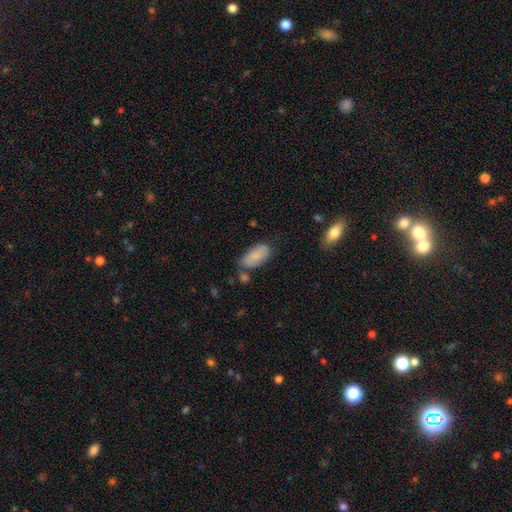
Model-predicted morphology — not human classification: Smooth or featured?
  - smooth: 81% *
  - featured or disk: 13%
  - star or artifact: 7%
How rounded?
  - in between: 93% *
  - cigar-shaped: 5%
  - round: 3%
Merging?
  - none: 64% *
  - minor disturbance: 23%
  - merger: 8%
  - major disturbance: 5%